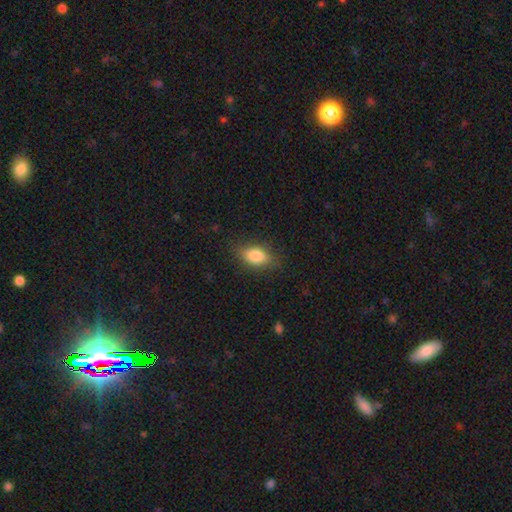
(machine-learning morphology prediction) This is clearly a smooth galaxy (83%). How rounded: clearly in between (86%). Merging: clearly none (82%).